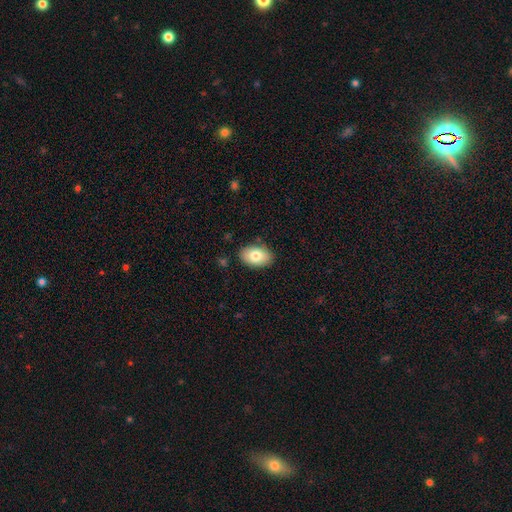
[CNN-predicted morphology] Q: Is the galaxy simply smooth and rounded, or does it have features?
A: smooth — 80%.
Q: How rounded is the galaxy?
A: in between — 89%.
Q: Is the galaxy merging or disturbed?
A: none — 86%.